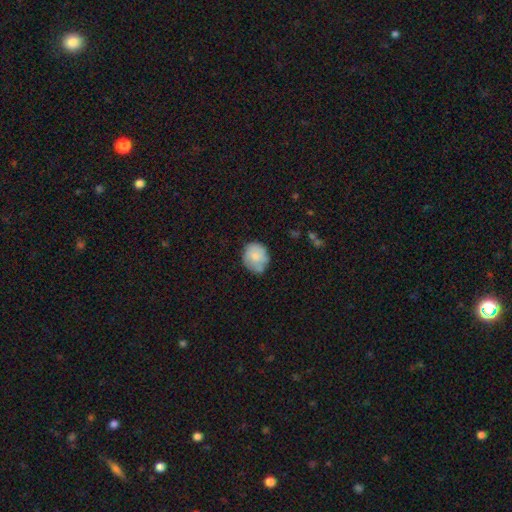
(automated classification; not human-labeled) Morphology: type=smooth (75%); roundness=round (68%); merging=none (63%).